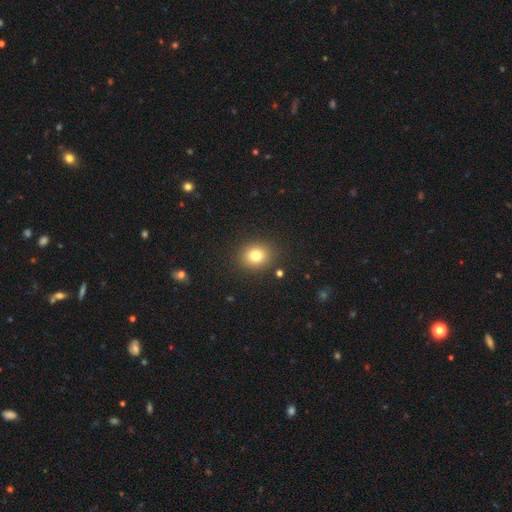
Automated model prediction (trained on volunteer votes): This is likely a smooth galaxy (79%). How rounded: likely round (69%). Merging: clearly none (88%).